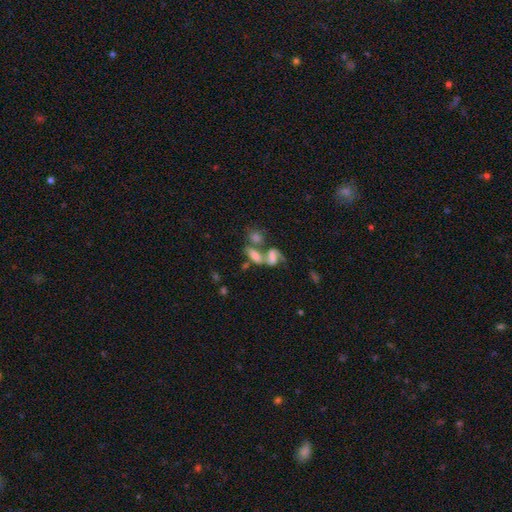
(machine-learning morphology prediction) smooth 46%, featured or disk 38%, star or artifact 16%. Down the decision tree: merging — merger (59%).